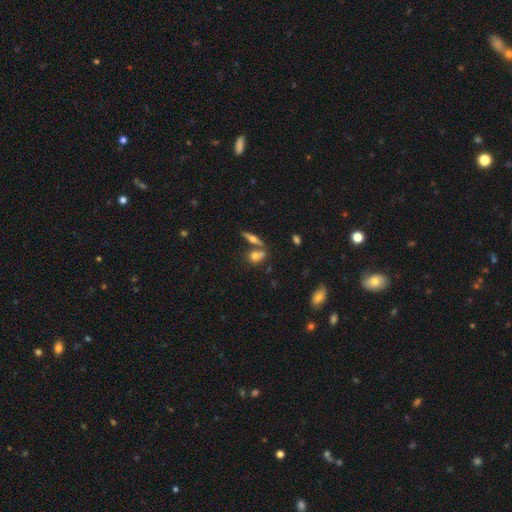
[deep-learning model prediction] The model was most divided on "how rounded": in between: 50%, round: 34%, cigar-shaped: 17%. More confident: smooth or featured — smooth (64%); merging — none (52%).